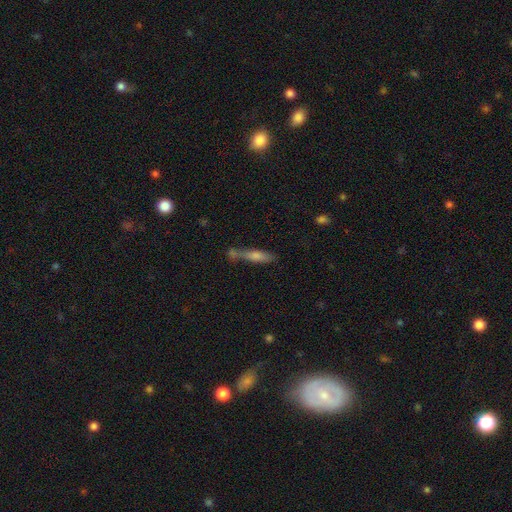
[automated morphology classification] Smooth or featured? Predicted: smooth (p=0.55). How rounded? Predicted: cigar-shaped (p=0.83). Merging? Predicted: none (p=0.53).